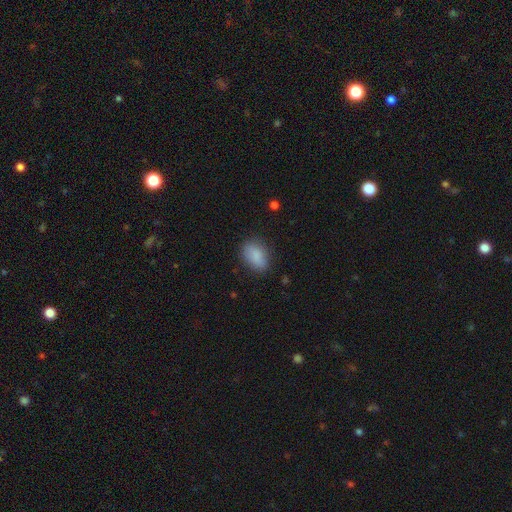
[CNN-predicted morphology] A smooth galaxy with no disk features (85%) that is in between round and cigar-shaped (85%).

Vote fractions:
- Smooth or featured? smooth: 85% / star or artifact: 8% / featured or disk: 7%
- How rounded? in between: 85% / round: 13% / cigar-shaped: 2%
- Merging? none: 77% / minor disturbance: 17% / major disturbance: 5% / merger: 2%